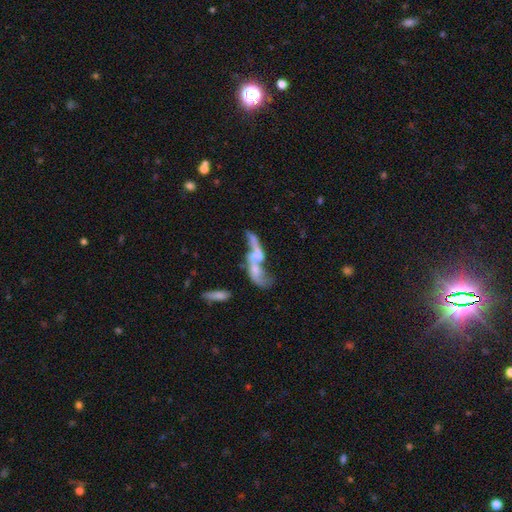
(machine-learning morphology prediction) Smooth or featured: featured or disk — 68% (smooth — 22%)
Edge-on disk: no — 77% (yes — 23%)
Bar: no — 69% (weak — 23%)
Spiral arms: yes — 65% (no — 35%)
Bulge size: moderate — 47% (small — 25%)
Merging: merger — 61% (none — 18%)